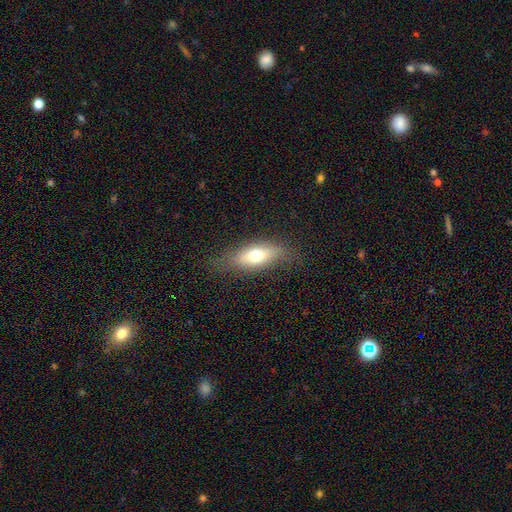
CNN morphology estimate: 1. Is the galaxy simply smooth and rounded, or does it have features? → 63% smooth, 28% featured or disk, 8% star or artifact.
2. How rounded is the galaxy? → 68% in between, 27% cigar-shaped, 5% round.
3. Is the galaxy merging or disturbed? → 75% none, 17% minor disturbance, 6% major disturbance, 1% merger.